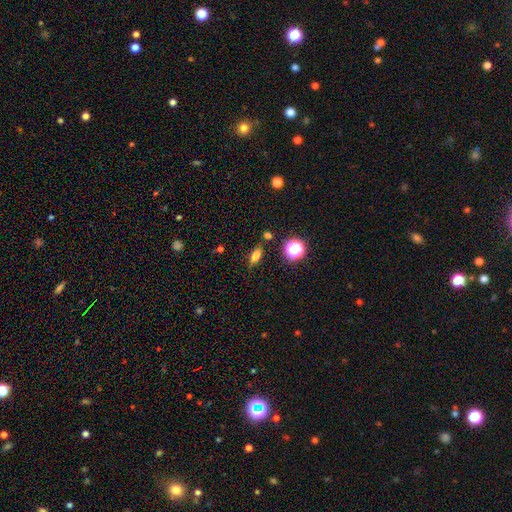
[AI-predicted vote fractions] smooth-or-featured: smooth: 73% | star or artifact: 15% | featured or disk: 13%
  how-rounded: in between: 71% | cigar-shaped: 15% | round: 13%
  merging: none: 83% | minor disturbance: 11% | merger: 4% | major disturbance: 3%